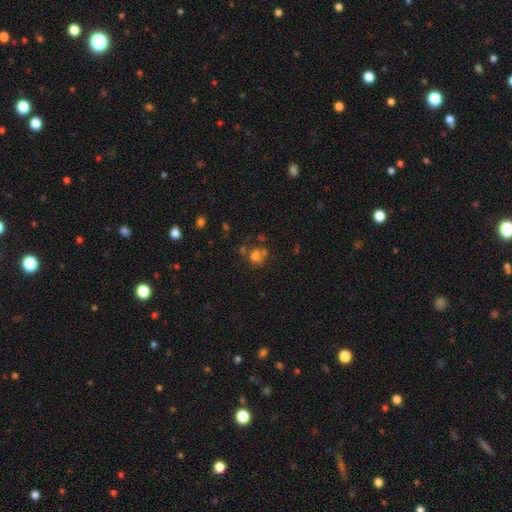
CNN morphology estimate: Smooth or featured? Predicted: smooth (p=0.62). How rounded? Predicted: round (p=0.66). Merging? Predicted: none (p=0.42).